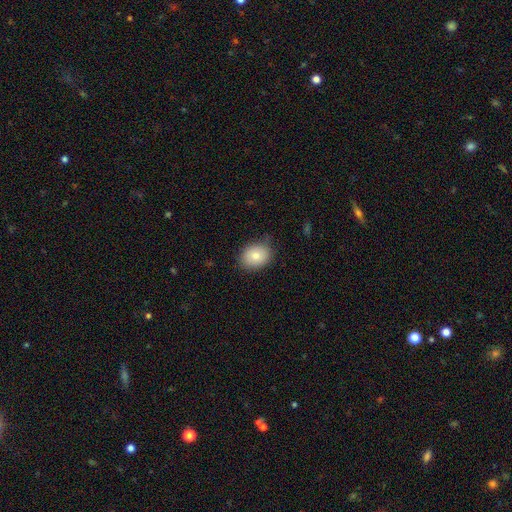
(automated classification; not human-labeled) smooth-or-featured: smooth: 82% | featured or disk: 10% | star or artifact: 8%
  how-rounded: in between: 57% | round: 42% | cigar-shaped: 1%
  merging: none: 80% | minor disturbance: 16% | major disturbance: 3% | merger: 1%